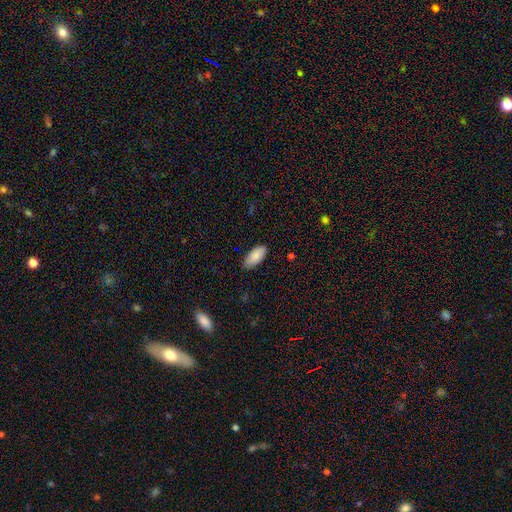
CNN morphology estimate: Q: Smooth or featured?
A: smooth (87%); runner-up: featured or disk (7%)
Q: How rounded?
A: in between (92%); runner-up: cigar-shaped (7%)
Q: Merging?
A: none (85%); runner-up: minor disturbance (12%)